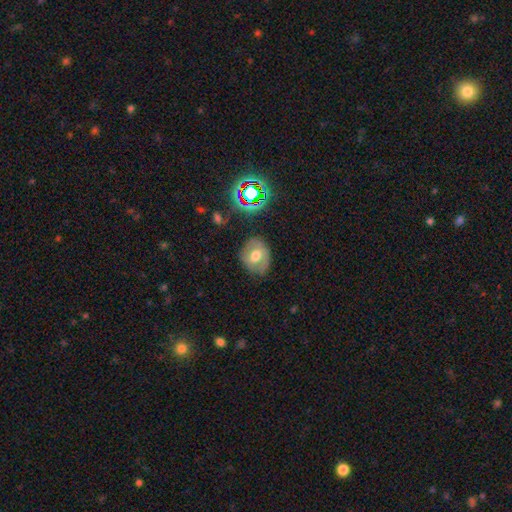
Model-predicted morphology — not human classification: Smooth or featured?
  - smooth: 51% *
  - featured or disk: 37%
  - star or artifact: 12%
How rounded?
  - round: 54% *
  - in between: 45%
  - cigar-shaped: 1%
Merging?
  - none: 74% *
  - minor disturbance: 19%
  - major disturbance: 6%
  - merger: 2%